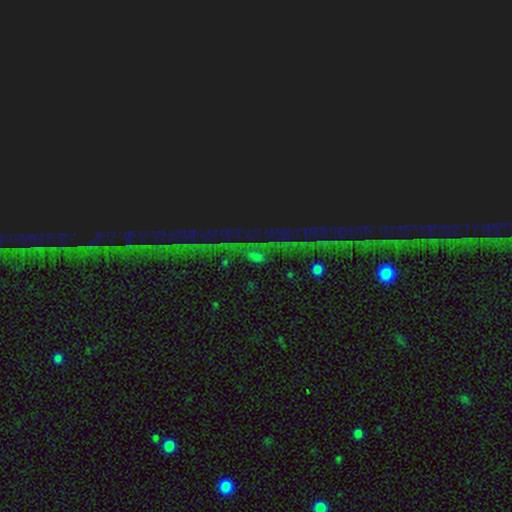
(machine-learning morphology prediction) smooth-or-featured: star or artifact: 73% | featured or disk: 13% | smooth: 13%